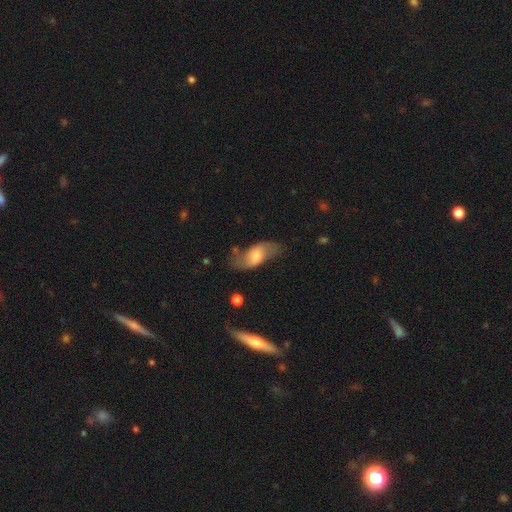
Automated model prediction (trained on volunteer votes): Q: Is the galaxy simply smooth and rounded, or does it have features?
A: featured or disk — 55%.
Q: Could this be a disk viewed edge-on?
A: no — 90%.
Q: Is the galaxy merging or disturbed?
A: none — 61%.